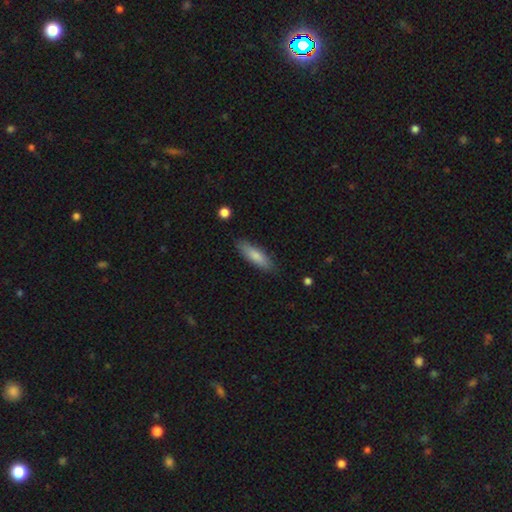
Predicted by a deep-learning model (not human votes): This is clearly a smooth galaxy (80%). How rounded: possibly cigar-shaped (59%). Merging: clearly none (85%).